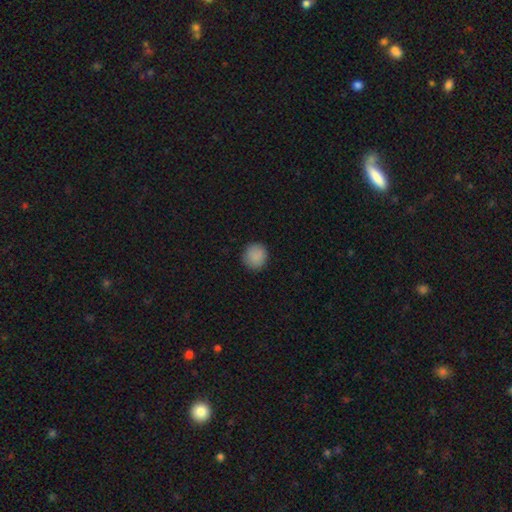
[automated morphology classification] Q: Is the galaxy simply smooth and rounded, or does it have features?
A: smooth — 88%.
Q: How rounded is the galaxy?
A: round — 92%.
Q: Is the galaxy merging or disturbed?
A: none — 90%.